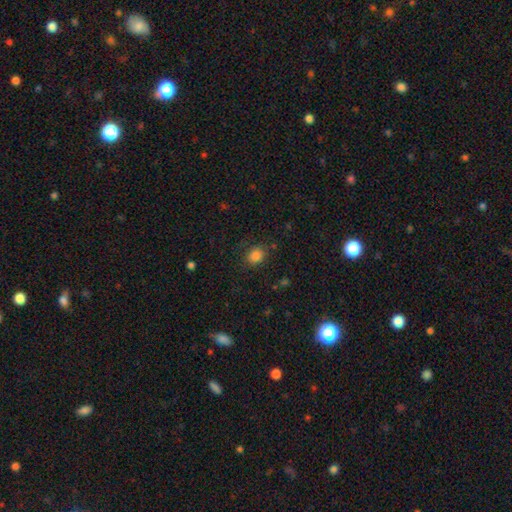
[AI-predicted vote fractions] Smooth or featured?
  - smooth: 83% *
  - star or artifact: 12%
  - featured or disk: 5%
How rounded?
  - in between: 51% *
  - round: 48%
  - cigar-shaped: 1%
Merging?
  - none: 78% *
  - minor disturbance: 15%
  - major disturbance: 5%
  - merger: 2%